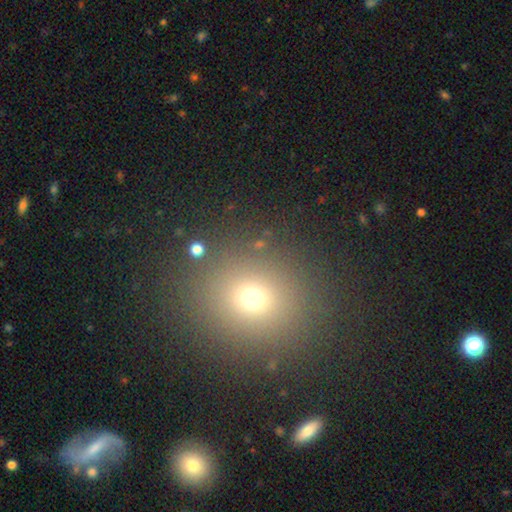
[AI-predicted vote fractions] A smooth galaxy with no disk features (63%) that is round (73%). Merging: none (88%).